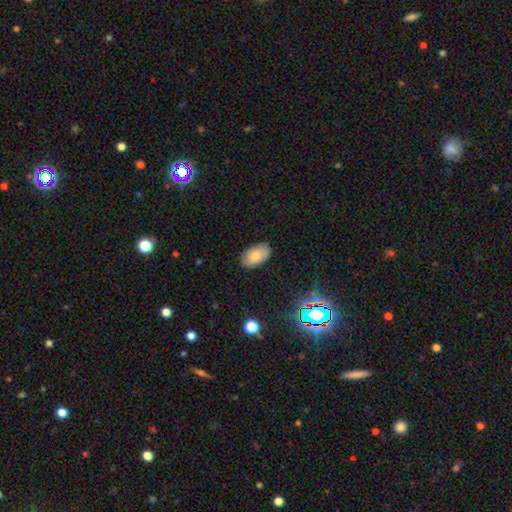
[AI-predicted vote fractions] smooth_or_featured: smooth (p=0.76) [alt: featured or disk p=0.16]
how_rounded: in between (p=0.93) [alt: round p=0.05]
merging: none (p=0.83) [alt: minor disturbance p=0.13]